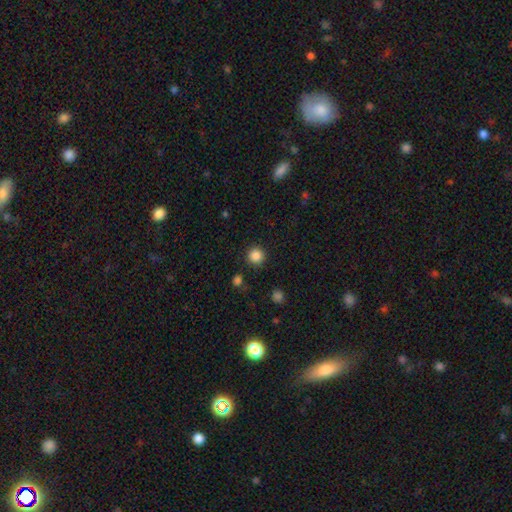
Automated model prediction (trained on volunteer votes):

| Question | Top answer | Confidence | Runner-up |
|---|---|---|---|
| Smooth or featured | smooth | 85% | star or artifact (11%) |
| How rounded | round | 95% | in between (4%) |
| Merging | none | 90% | minor disturbance (6%) |